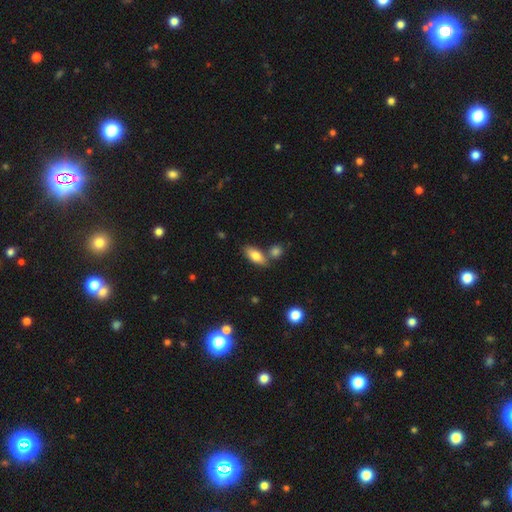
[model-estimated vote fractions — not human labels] This is likely a smooth galaxy (79%). How rounded: clearly in between (82%). Merging: likely none (66%).